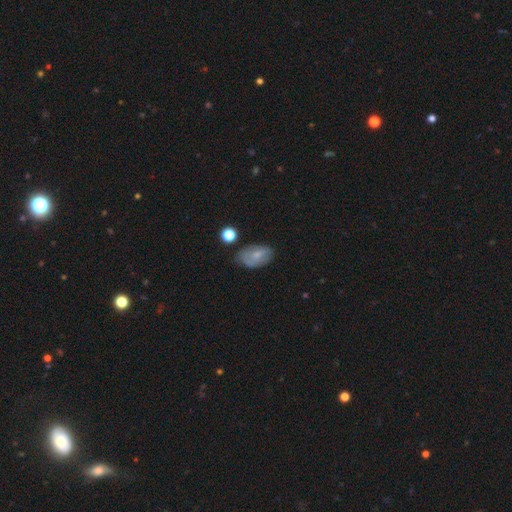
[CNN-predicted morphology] smooth-or-featured: smooth: 63% | featured or disk: 28% | star or artifact: 9%
  how-rounded: in between: 89% | round: 9% | cigar-shaped: 2%
  merging: none: 65% | minor disturbance: 25% | major disturbance: 7% | merger: 3%